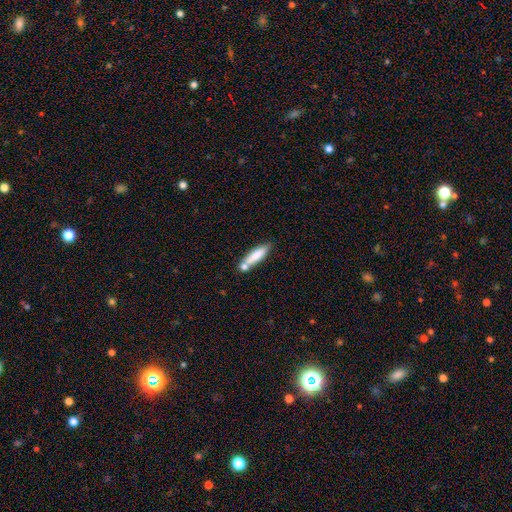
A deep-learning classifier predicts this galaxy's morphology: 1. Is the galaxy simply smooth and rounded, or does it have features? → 75% smooth, 19% featured or disk, 6% star or artifact.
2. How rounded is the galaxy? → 71% cigar-shaped, 28% in between, 2% round.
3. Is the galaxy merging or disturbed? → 56% none, 25% merger, 15% minor disturbance, 4% major disturbance.